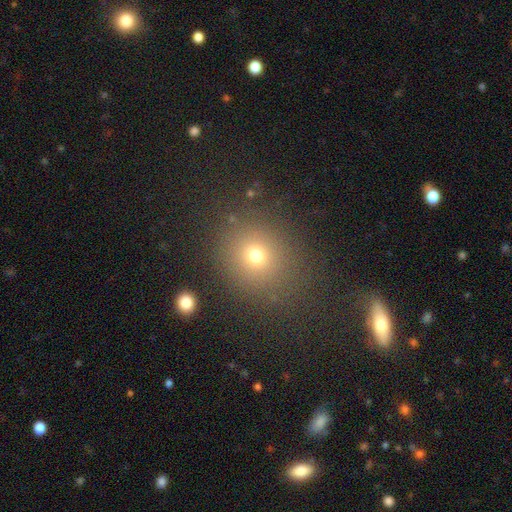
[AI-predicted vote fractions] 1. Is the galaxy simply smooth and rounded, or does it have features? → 71% smooth, 20% star or artifact, 9% featured or disk.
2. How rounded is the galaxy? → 78% round, 21% in between, 1% cigar-shaped.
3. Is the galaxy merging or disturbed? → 83% none, 9% minor disturbance, 5% major disturbance, 3% merger.